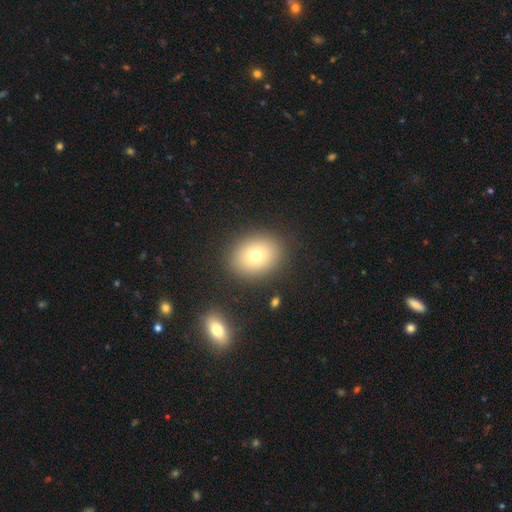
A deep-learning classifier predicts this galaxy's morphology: smooth-or-featured: smooth: 76% | featured or disk: 12% | star or artifact: 12%
  how-rounded: round: 57% | in between: 42% | cigar-shaped: 1%
  merging: none: 87% | minor disturbance: 8% | major disturbance: 3% | merger: 3%